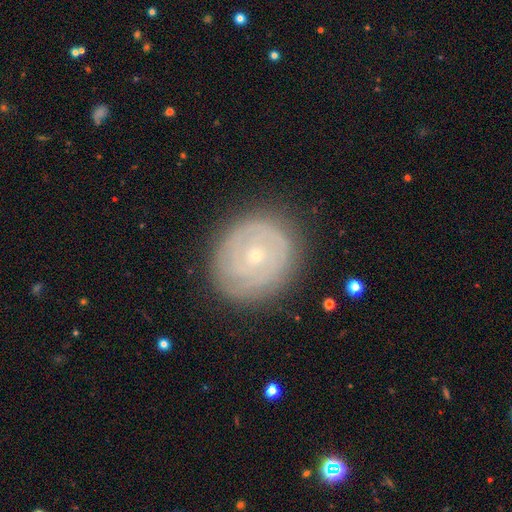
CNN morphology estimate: The model was most divided on "spiral arm count": can't tell: 45%, 2: 28%, 3: 11%, 1: 6%, 4: 6%, more than 4: 5%. More confident: edge-on disk — no (97%); merging — none (82%); bar — no (80%); bulge size — small (79%); spiral winding — tight (78%); spiral arms — yes (75%); smooth or featured — featured or disk (71%).